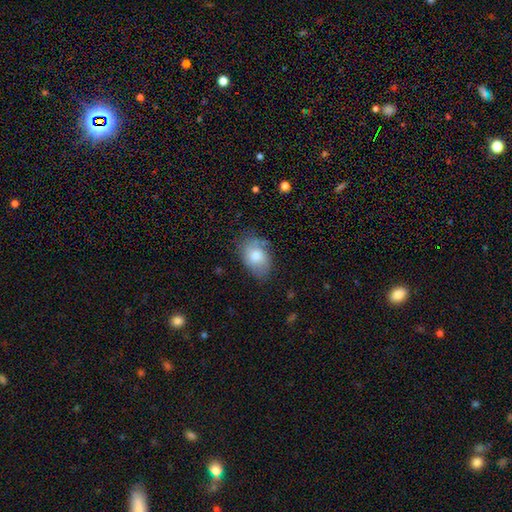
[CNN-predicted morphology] Smooth or featured?
  - smooth: 75% *
  - featured or disk: 18%
  - star or artifact: 7%
How rounded?
  - in between: 86% *
  - round: 13%
  - cigar-shaped: 1%
Merging?
  - none: 67% *
  - minor disturbance: 25%
  - major disturbance: 6%
  - merger: 2%